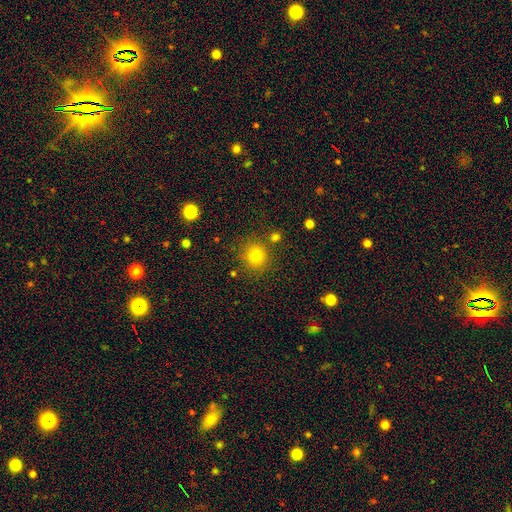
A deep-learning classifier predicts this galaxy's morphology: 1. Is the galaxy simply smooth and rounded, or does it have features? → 79% smooth, 14% star or artifact, 7% featured or disk.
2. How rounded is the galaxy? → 89% round, 10% in between, 1% cigar-shaped.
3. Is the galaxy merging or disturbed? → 81% none, 9% minor disturbance, 6% merger, 3% major disturbance.